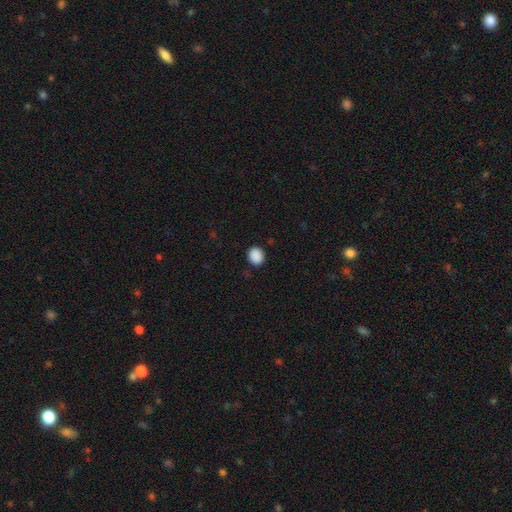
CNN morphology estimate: A smooth galaxy with no disk features (89%) that is round (62%). Merging: none (88%).